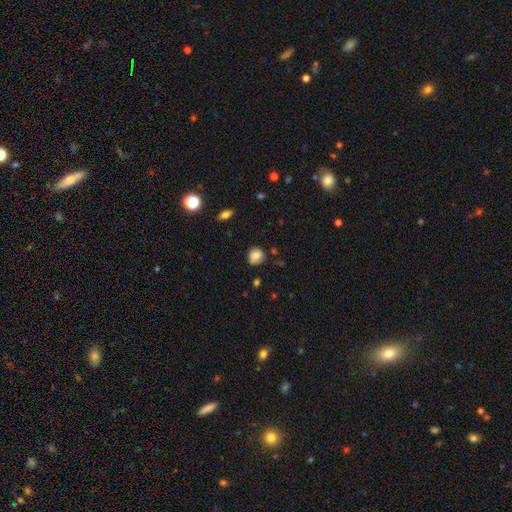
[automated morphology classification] Smooth or featured? Predicted: smooth (p=0.82). How rounded? Predicted: round (p=0.76). Merging? Predicted: none (p=0.70).